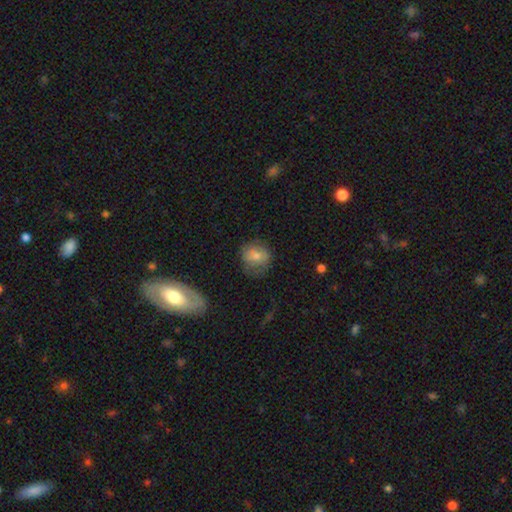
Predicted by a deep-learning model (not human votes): smooth-or-featured: smooth: 68% | featured or disk: 22% | star or artifact: 11%
  how-rounded: round: 76% | in between: 23% | cigar-shaped: 1%
  merging: none: 72% | minor disturbance: 19% | major disturbance: 7% | merger: 2%